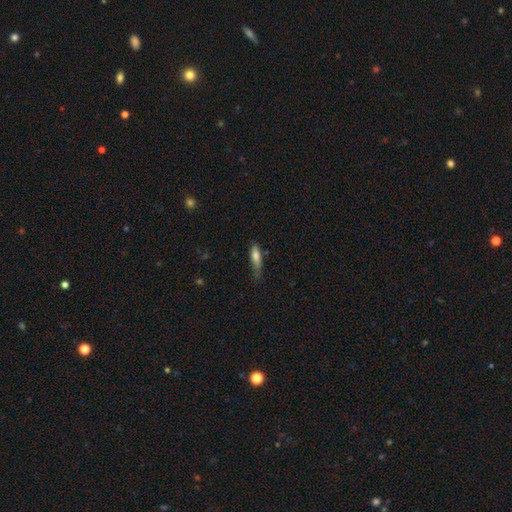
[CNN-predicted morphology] A smooth galaxy with no disk features (75%) that is cigar-shaped (56%).

Vote fractions:
- Smooth or featured? smooth: 75% / featured or disk: 18% / star or artifact: 7%
- How rounded? cigar-shaped: 56% / in between: 42% / round: 2%
- Merging? none: 44% / minor disturbance: 39% / major disturbance: 14% / merger: 3%